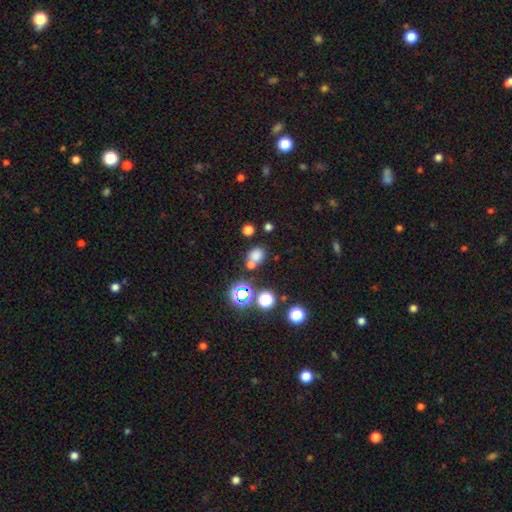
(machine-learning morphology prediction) The model was most divided on "how rounded": round: 65%, in between: 34%, cigar-shaped: 1%. More confident: smooth or featured — smooth (69%); merging — none (58%).